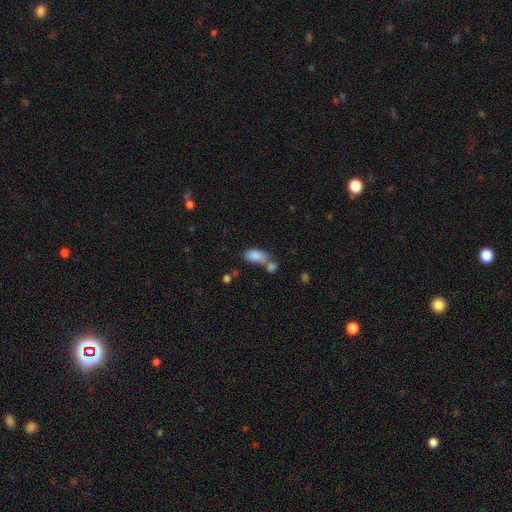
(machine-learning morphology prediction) This appears to be a smooth galaxy with no disk features (85%) that is in between round and cigar-shaped (92%). Merging: merger (40%, tied with none).